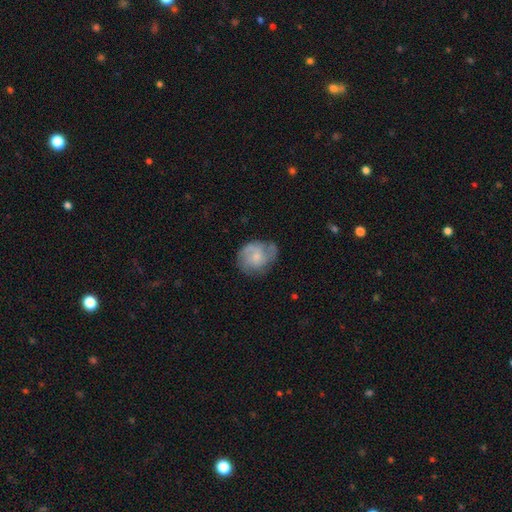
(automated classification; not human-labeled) Smooth or featured?
  - featured or disk: 49% *
  - smooth: 44%
  - star or artifact: 7%
Merging?
  - none: 59% *
  - minor disturbance: 26%
  - major disturbance: 12%
  - merger: 2%